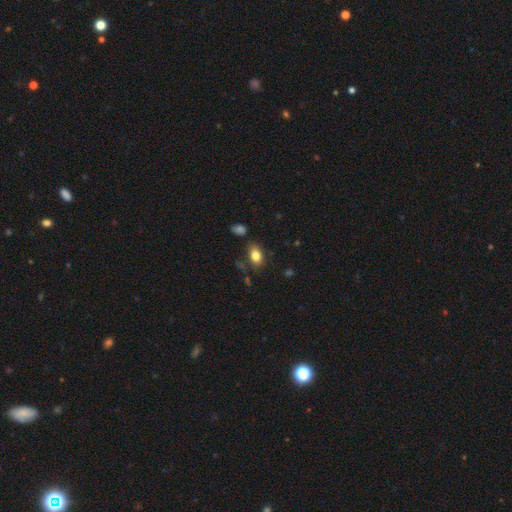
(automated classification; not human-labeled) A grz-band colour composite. It shows a smooth galaxy with no disk features (82%) that is in between round and cigar-shaped (86%). Merging: none (76%).